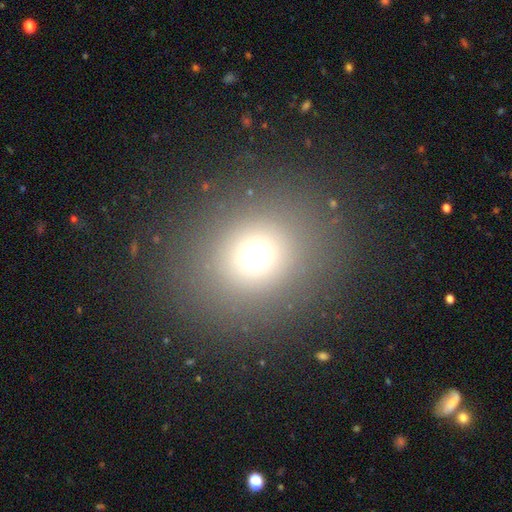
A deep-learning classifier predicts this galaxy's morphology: smooth 68%, star or artifact 22%, featured or disk 10%. Down the decision tree: how rounded — round (81%); merging — none (87%).